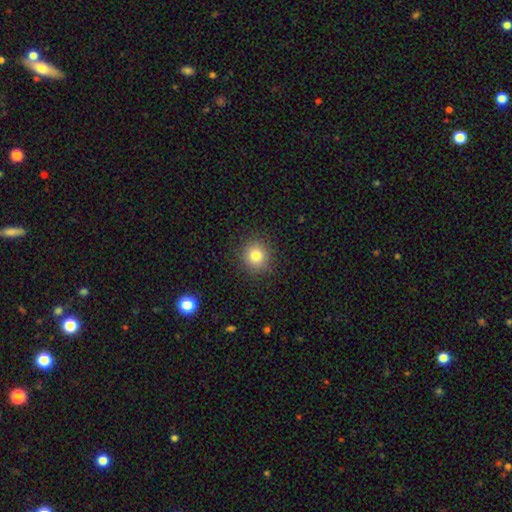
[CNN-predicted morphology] Overall: smooth (79%). How rounded: round (91%). Merging: none (89%).